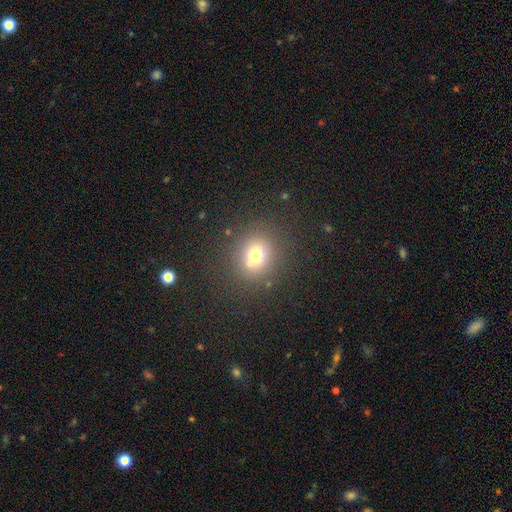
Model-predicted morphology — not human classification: A smooth galaxy with no disk features (68%) that is round (85%).

Vote fractions:
- Smooth or featured? smooth: 68% / star or artifact: 19% / featured or disk: 13%
- How rounded? round: 85% / in between: 14% / cigar-shaped: 1%
- Merging? none: 73% / merger: 13% / minor disturbance: 9% / major disturbance: 4%